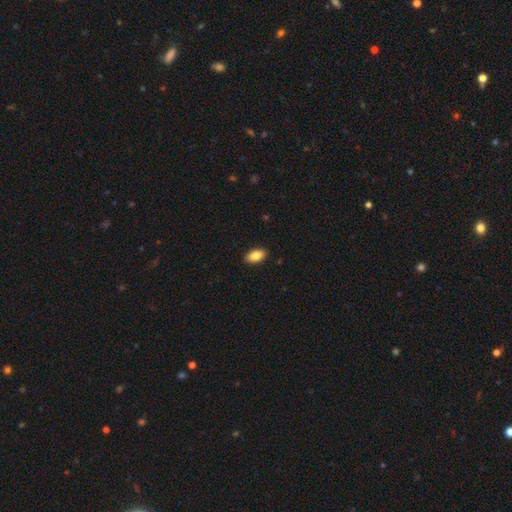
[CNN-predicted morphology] Smooth or featured: smooth — 85% (featured or disk — 8%)
How rounded: in between — 93% (round — 4%)
Merging: none — 91% (minor disturbance — 7%)